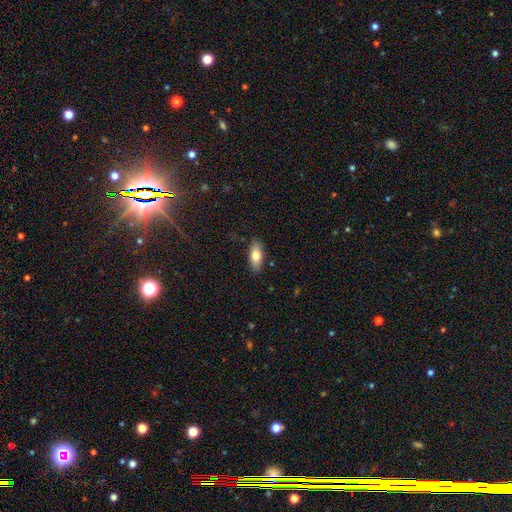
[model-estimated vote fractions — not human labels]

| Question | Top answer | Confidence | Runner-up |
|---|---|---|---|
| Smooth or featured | smooth | 75% | featured or disk (18%) |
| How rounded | in between | 81% | cigar-shaped (16%) |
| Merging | none | 86% | minor disturbance (11%) |